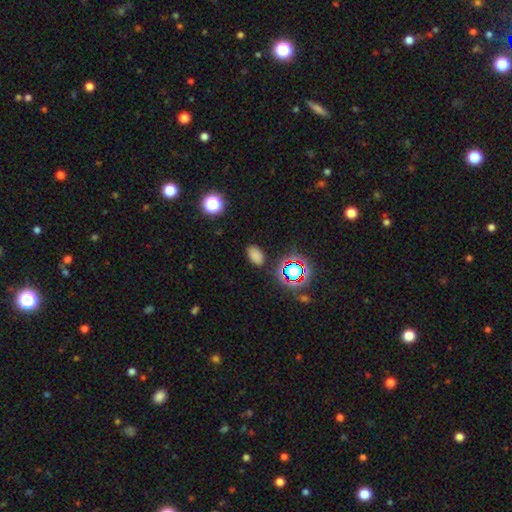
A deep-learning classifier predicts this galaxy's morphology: A smooth galaxy with no disk features (75%) that is in between round and cigar-shaped (90%). Merging: none (85%).